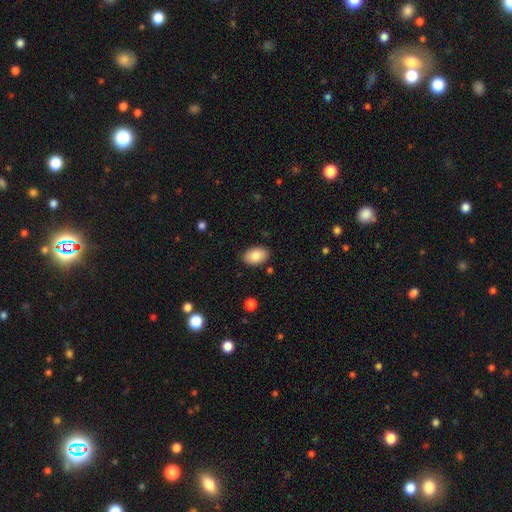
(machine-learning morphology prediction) type=smooth (85%); roundness=in between (91%); merging=none (87%).